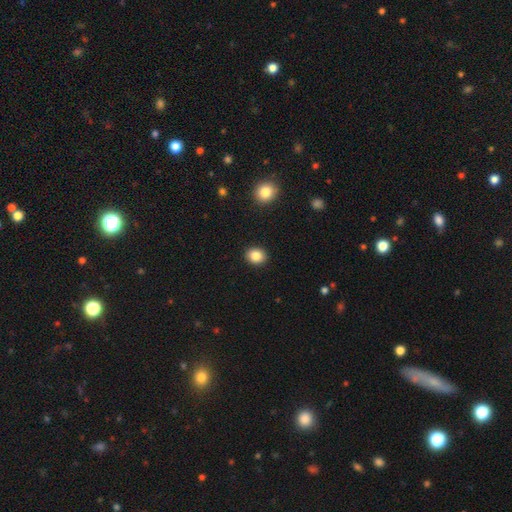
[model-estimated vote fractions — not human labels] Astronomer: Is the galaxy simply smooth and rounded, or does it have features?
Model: smooth — 86%.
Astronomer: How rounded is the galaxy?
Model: round — 61% (runner-up: in between, 38%).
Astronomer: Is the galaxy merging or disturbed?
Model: none — 91%.